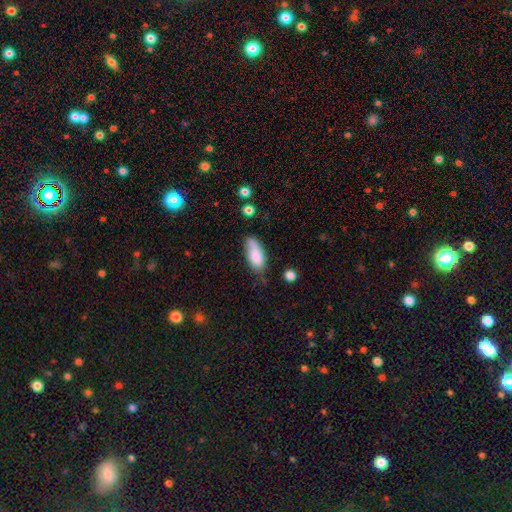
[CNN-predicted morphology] This appears to be a smooth galaxy with no disk features (81%) that is in between round and cigar-shaped (85%). Merging: none (57%).